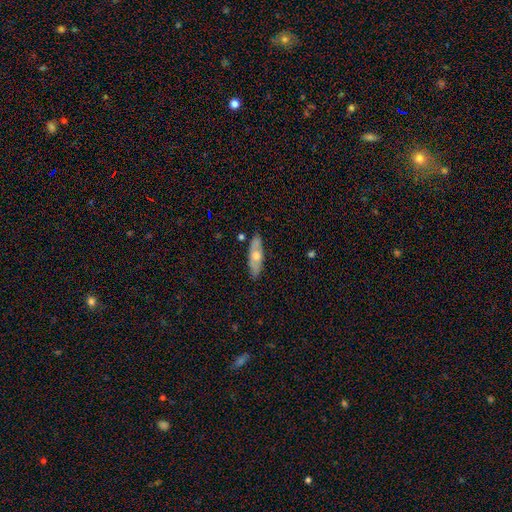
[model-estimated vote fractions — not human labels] Smooth or featured? Predicted: featured or disk (p=0.48). Merging? Predicted: none (p=0.85).